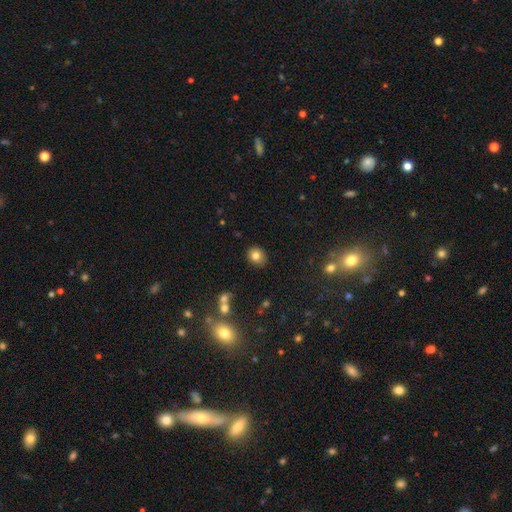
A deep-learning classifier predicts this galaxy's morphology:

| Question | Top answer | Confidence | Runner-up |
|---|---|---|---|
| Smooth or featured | smooth | 80% | star or artifact (11%) |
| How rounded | round | 68% | in between (31%) |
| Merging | none | 87% | minor disturbance (9%) |